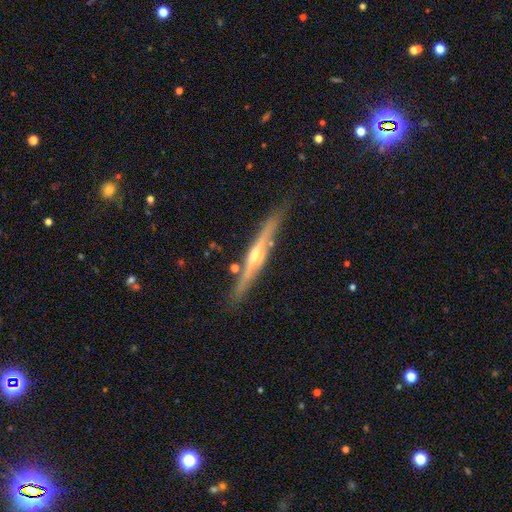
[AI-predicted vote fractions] Smooth or featured? featured or disk (79%)
Edge-on disk? yes (97%)
Edge-on bulge? rounded (84%)
Merging? none (83%)